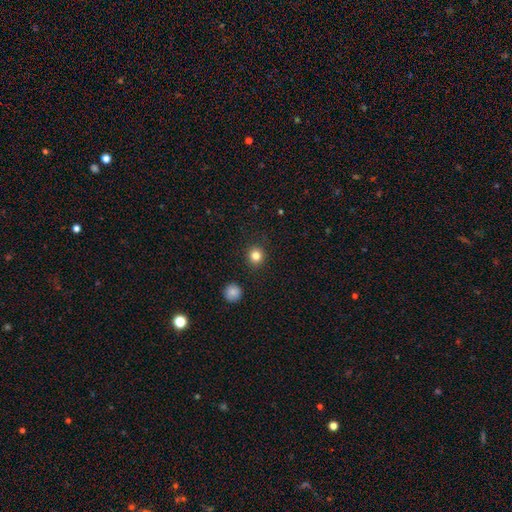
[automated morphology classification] Smooth or featured: smooth — 82% (star or artifact — 12%)
How rounded: round — 92% (in between — 7%)
Merging: none — 91% (minor disturbance — 6%)